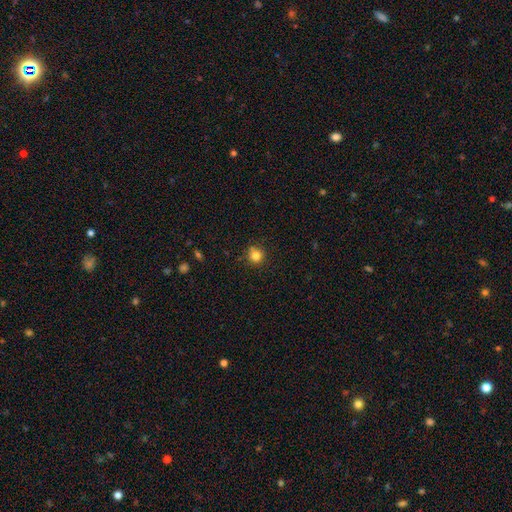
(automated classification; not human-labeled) A smooth galaxy with no disk features (80%) that is round (93%).

Vote fractions:
- Smooth or featured? smooth: 80% / star or artifact: 13% / featured or disk: 6%
- How rounded? round: 93% / in between: 6% / cigar-shaped: 1%
- Merging? none: 82% / minor disturbance: 11% / merger: 5% / major disturbance: 3%